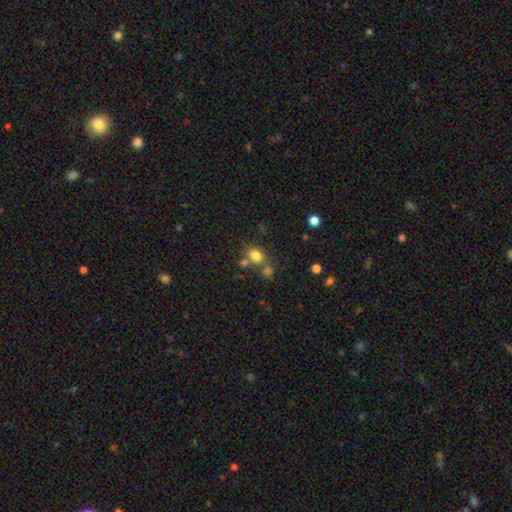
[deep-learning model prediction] Smooth or featured: smooth — 78% (star or artifact — 13%)
How rounded: round — 58% (in between — 41%)
Merging: none — 55% (merger — 29%)